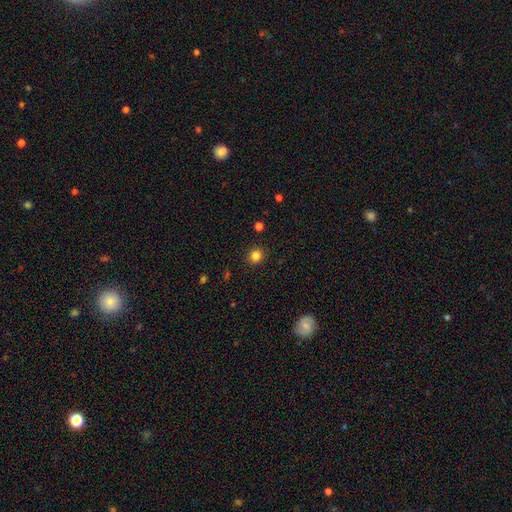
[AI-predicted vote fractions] This is clearly a smooth galaxy (83%). How rounded: clearly round (89%). Merging: clearly none (92%).